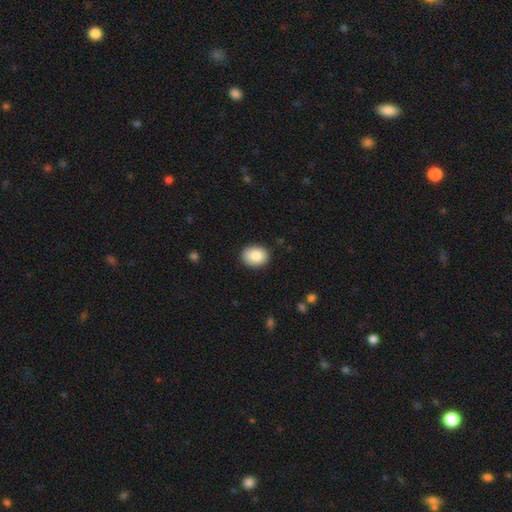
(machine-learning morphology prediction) smooth-or-featured: smooth: 86% | star or artifact: 7% | featured or disk: 7%
  how-rounded: round: 51% | in between: 48% | cigar-shaped: 1%
  merging: none: 90% | minor disturbance: 7% | major disturbance: 2% | merger: 1%